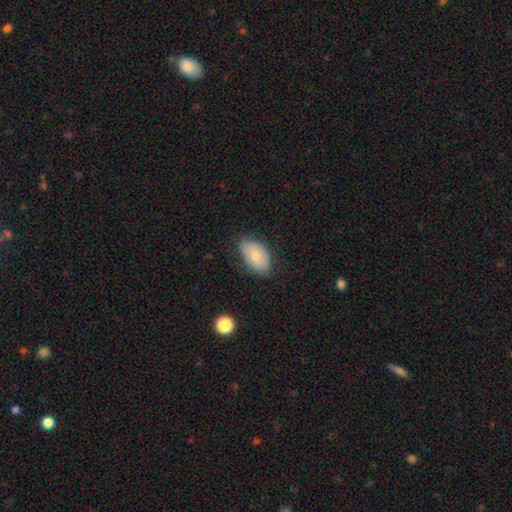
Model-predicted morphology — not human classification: Smooth or featured? smooth (68%)
How rounded? in between (91%)
Merging? none (69%)